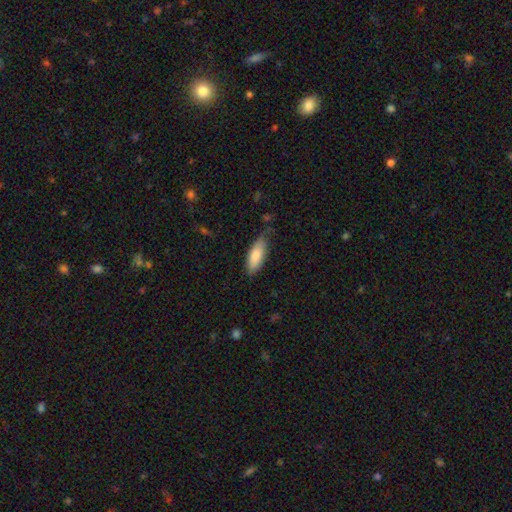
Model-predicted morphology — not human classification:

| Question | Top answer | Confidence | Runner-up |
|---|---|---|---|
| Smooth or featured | smooth | 83% | featured or disk (11%) |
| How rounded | in between | 73% | cigar-shaped (25%) |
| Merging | none | 71% | minor disturbance (23%) |